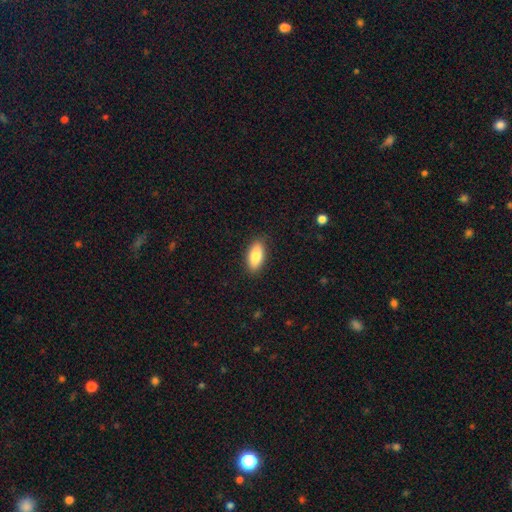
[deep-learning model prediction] smooth 83%, featured or disk 10%, star or artifact 6%. Down the decision tree: how rounded — in between (83%); merging — none (88%).